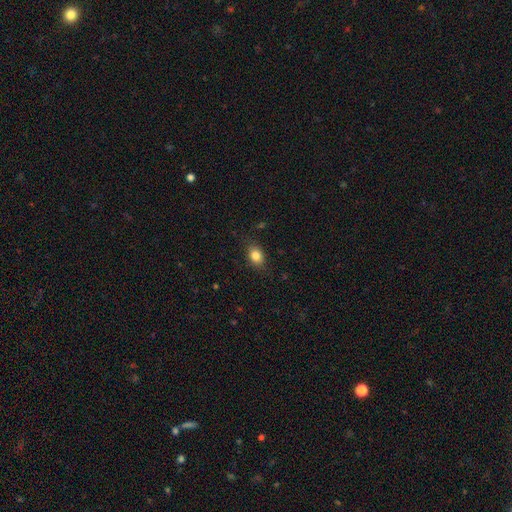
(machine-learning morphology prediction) A smooth galaxy with no disk features (84%) that is in between round and cigar-shaped (71%). Merging: none (82%).